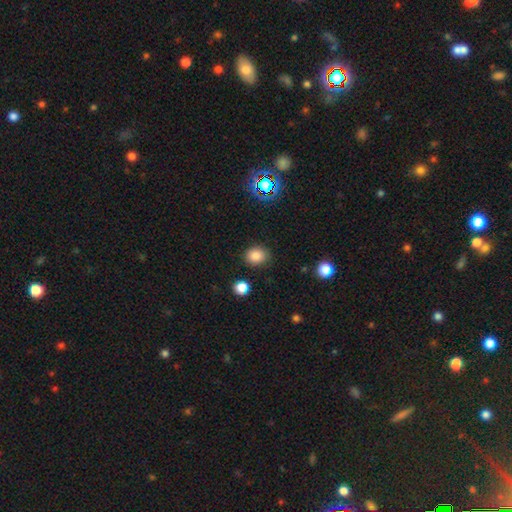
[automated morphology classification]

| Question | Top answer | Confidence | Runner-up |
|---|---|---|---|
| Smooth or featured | smooth | 83% | star or artifact (12%) |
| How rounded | round | 58% | in between (41%) |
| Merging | none | 86% | minor disturbance (9%) |